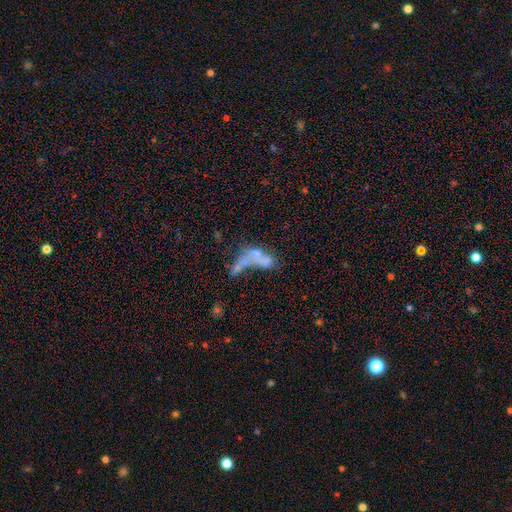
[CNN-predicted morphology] featured or disk 43%, smooth 41%, star or artifact 16%. Down the decision tree: merging — merger (49%).